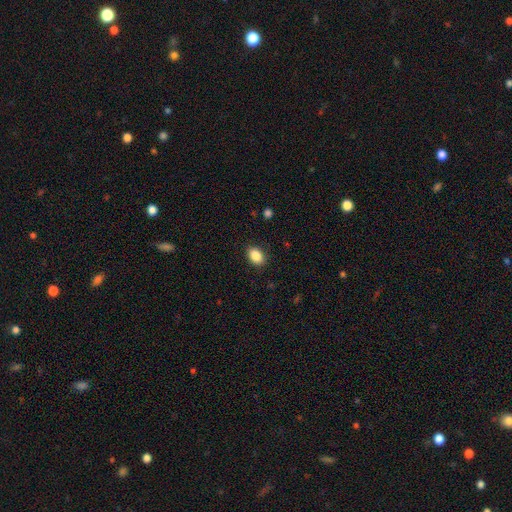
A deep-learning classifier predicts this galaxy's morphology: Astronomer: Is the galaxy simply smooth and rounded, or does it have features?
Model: smooth — 88%.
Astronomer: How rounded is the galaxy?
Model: in between — 82%.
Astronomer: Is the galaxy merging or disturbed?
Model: none — 88%.